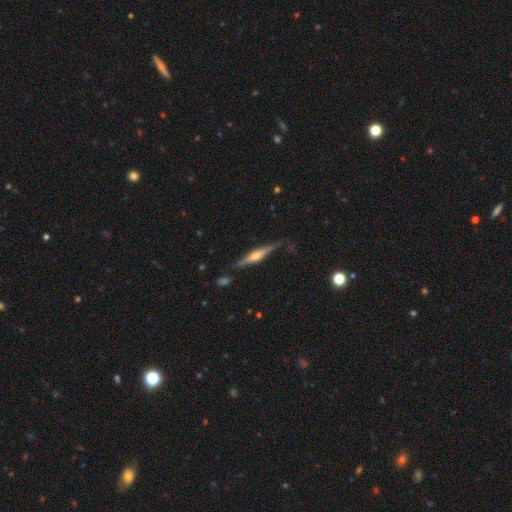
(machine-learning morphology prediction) This is likely a featured or disk galaxy (74%). It is clearly viewed edge-on (96%). Edge-on bulge: clearly rounded (83%). Merging: likely none (76%).